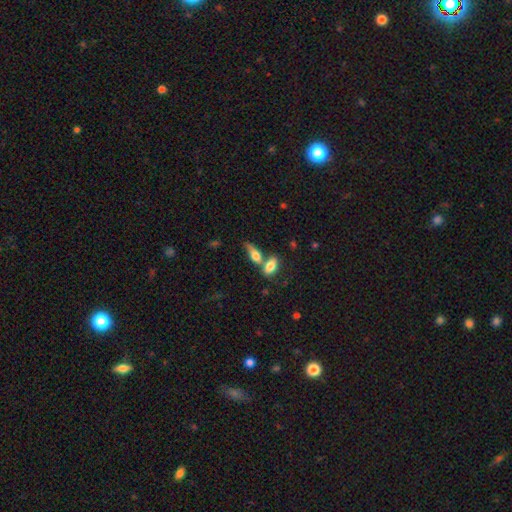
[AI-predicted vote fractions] A smooth galaxy with no disk features (73%) that is in between round and cigar-shaped (75%). Merging: merger (50%).